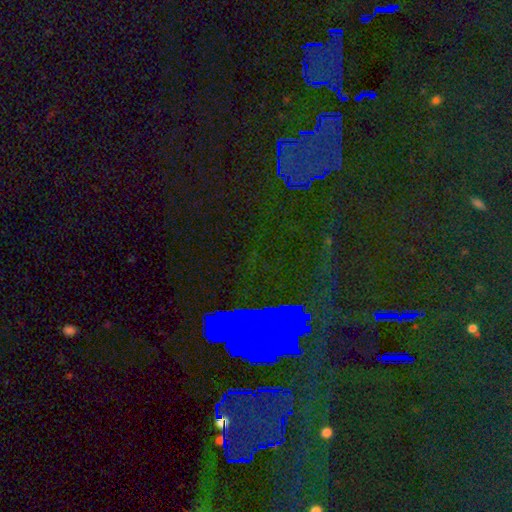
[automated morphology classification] A star or artifact, not a galaxy (62%).